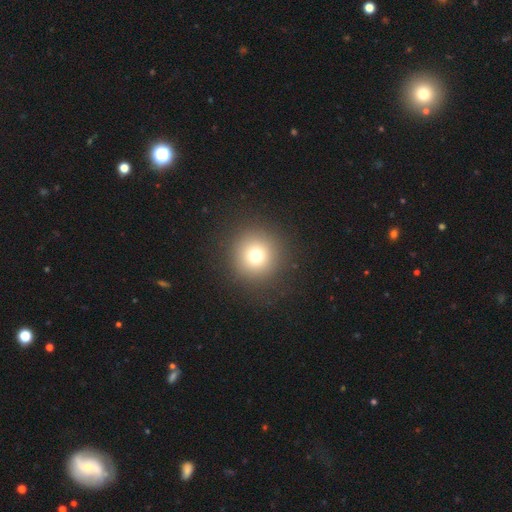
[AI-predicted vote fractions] This appears to be a smooth galaxy with no disk features (73%) that is round (96%). Merging: none (90%).